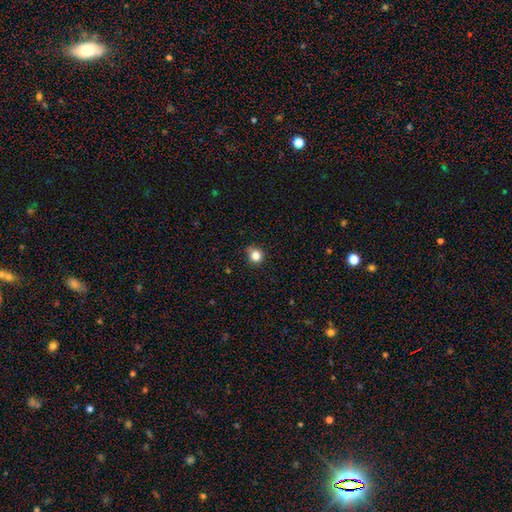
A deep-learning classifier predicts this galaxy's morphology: Smooth or featured?
  - smooth: 82% *
  - star or artifact: 13%
  - featured or disk: 5%
How rounded?
  - round: 85% *
  - in between: 14%
  - cigar-shaped: 1%
Merging?
  - none: 71% *
  - minor disturbance: 22%
  - major disturbance: 4%
  - merger: 2%